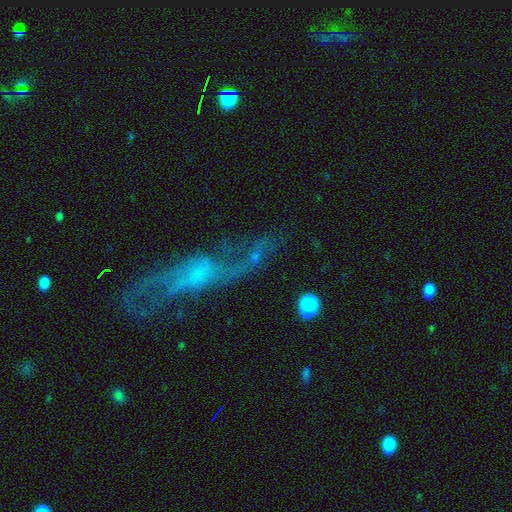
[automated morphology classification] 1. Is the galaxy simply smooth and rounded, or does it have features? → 53% featured or disk, 28% smooth, 19% star or artifact.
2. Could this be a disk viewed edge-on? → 80% no, 20% yes.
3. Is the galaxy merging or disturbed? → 38% none, 30% major disturbance, 16% merger, 16% minor disturbance.